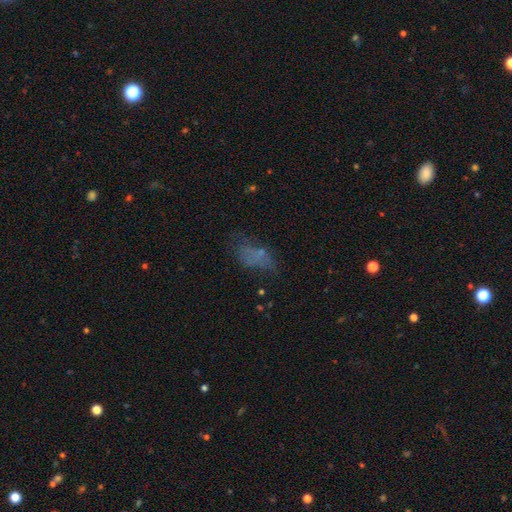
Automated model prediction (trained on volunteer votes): A smooth galaxy with no disk features (55%) that is in between round and cigar-shaped (86%). Merging: none (42%).